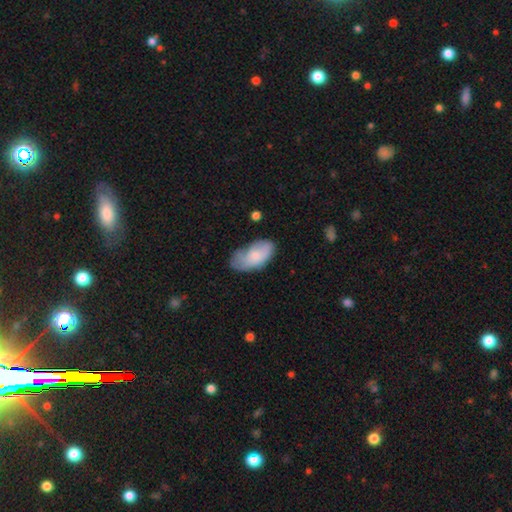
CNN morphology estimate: This is likely a smooth galaxy (72%). How rounded: clearly in between (94%). Merging: possibly none (51%).